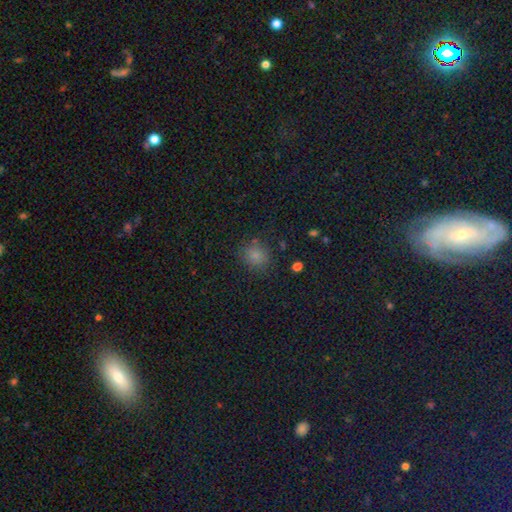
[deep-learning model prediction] smooth 79%, star or artifact 15%, featured or disk 6%. Down the decision tree: how rounded — round (80%); merging — none (82%).